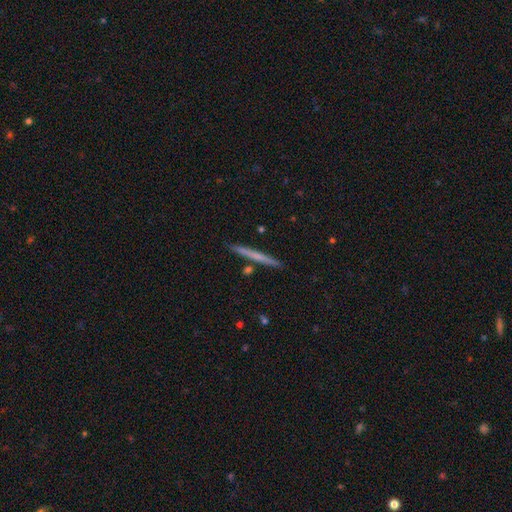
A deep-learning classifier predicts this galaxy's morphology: Smooth or featured? smooth (52%)
How rounded? cigar-shaped (97%)
Merging? none (90%)